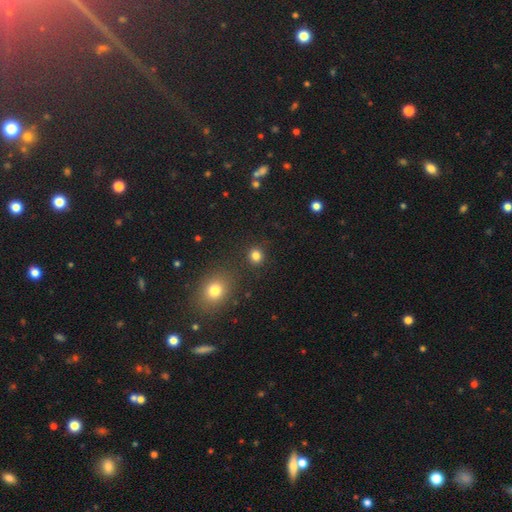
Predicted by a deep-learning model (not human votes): smooth_or_featured: smooth (p=0.82) [alt: star or artifact p=0.14]
how_rounded: round (p=0.86) [alt: in between p=0.13]
merging: none (p=0.89) [alt: minor disturbance p=0.06]